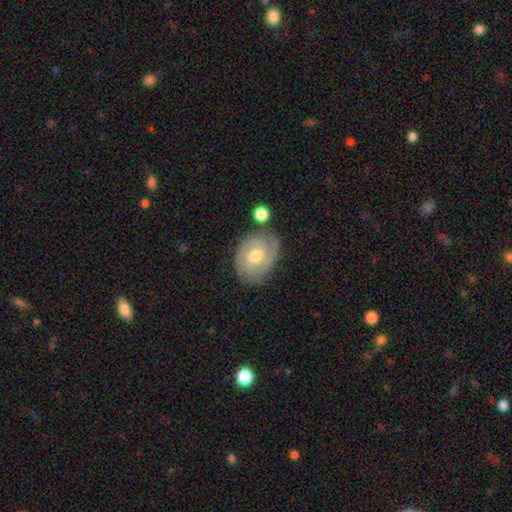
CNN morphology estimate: smooth_or_featured: featured or disk (p=0.69) [alt: smooth p=0.24]
disk_edge_on: no (p=0.96) [alt: yes p=0.04]
bar: no (p=0.54) [alt: weak p=0.39]
has_spiral_arms: yes (p=0.86) [alt: no p=0.14]
spiral_winding: tight (p=0.60) [alt: medium p=0.31]
spiral_arm_count: 2 (p=0.49) [alt: can't tell p=0.26]
bulge_size: moderate (p=0.75) [alt: small p=0.17]
merging: none (p=0.68) [alt: minor disturbance p=0.21]